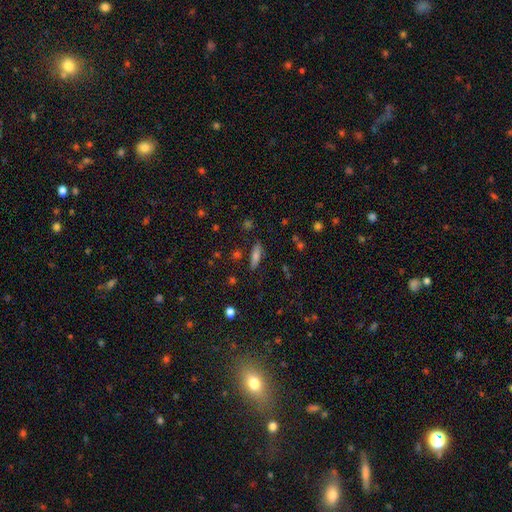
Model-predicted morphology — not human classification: Smooth or featured? Predicted: smooth (p=0.64). How rounded? Predicted: cigar-shaped (p=0.57). Merging? Predicted: none (p=0.80).